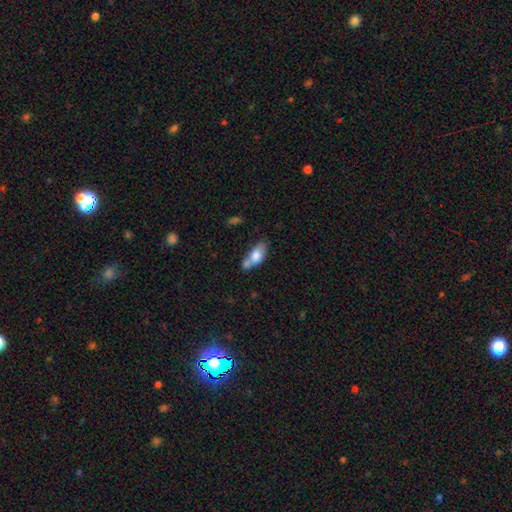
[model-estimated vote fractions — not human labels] smooth_or_featured: smooth (p=0.74) [alt: featured or disk p=0.19]
how_rounded: in between (p=0.82) [alt: cigar-shaped p=0.12]
merging: merger (p=0.41) [alt: none p=0.34]